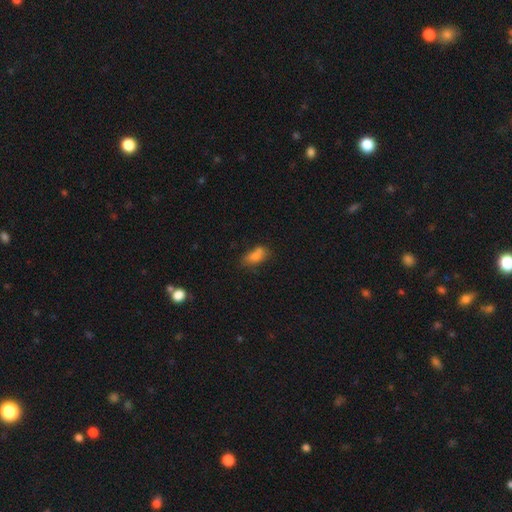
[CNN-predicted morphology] Smooth or featured? Predicted: smooth (p=0.73). How rounded? Predicted: in between (p=0.82). Merging? Predicted: none (p=0.47).